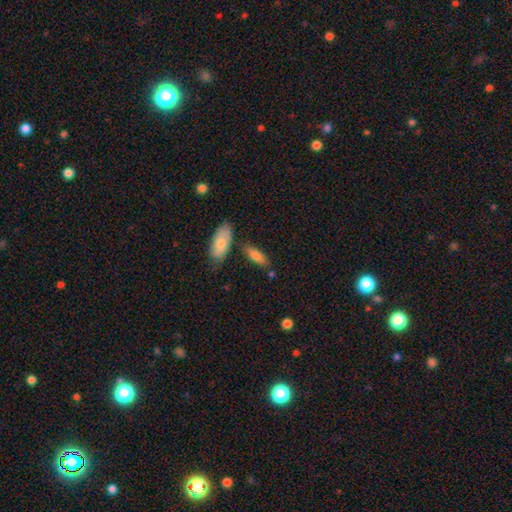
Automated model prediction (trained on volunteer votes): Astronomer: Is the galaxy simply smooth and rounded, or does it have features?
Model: smooth — 80%.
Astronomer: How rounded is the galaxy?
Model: in between — 66%.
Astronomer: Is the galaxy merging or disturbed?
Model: none — 71%.